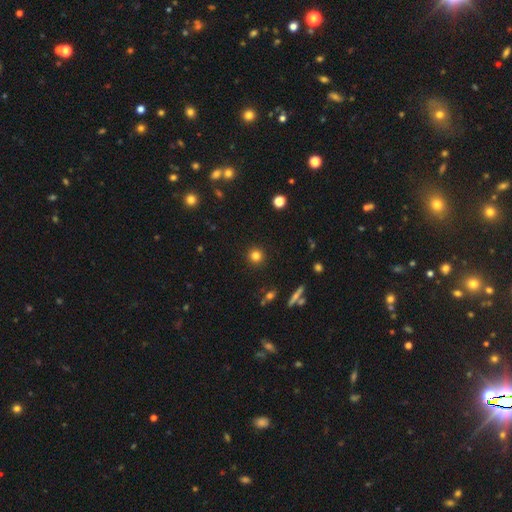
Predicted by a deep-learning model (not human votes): Smooth or featured: smooth — 81% (star or artifact — 13%)
How rounded: round — 94% (in between — 4%)
Merging: none — 92% (minor disturbance — 5%)